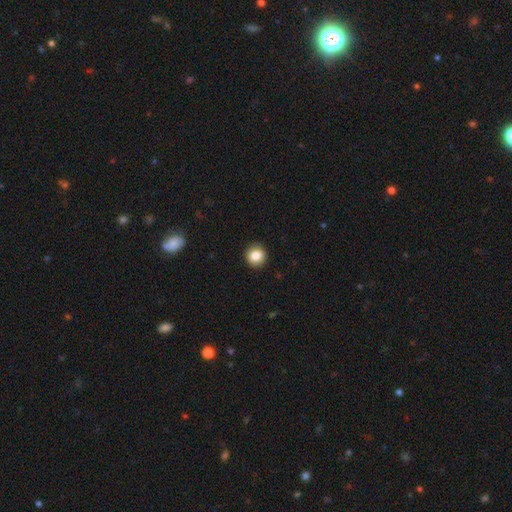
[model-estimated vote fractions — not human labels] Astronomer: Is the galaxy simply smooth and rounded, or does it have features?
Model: smooth — 85%.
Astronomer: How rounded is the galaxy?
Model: round — 91%.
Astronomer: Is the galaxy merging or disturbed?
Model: none — 92%.